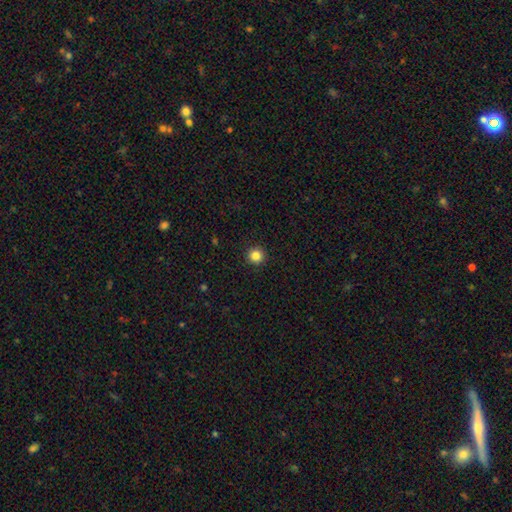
Smooth or featured? 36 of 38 (95%) said smooth. How rounded? 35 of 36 (97%) said round. Merging? 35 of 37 (95%) said none.